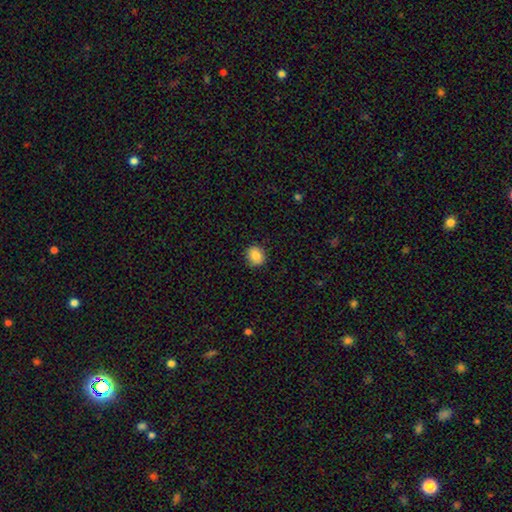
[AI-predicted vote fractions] Smooth or featured?
  - smooth: 85% *
  - star or artifact: 9%
  - featured or disk: 6%
How rounded?
  - round: 78% *
  - in between: 21%
  - cigar-shaped: 1%
Merging?
  - none: 86% *
  - minor disturbance: 11%
  - major disturbance: 2%
  - merger: 1%